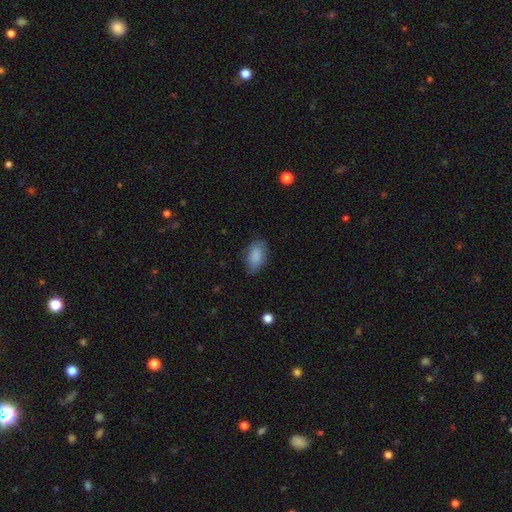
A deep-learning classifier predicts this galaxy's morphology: Q: Smooth or featured?
A: smooth (87%); runner-up: star or artifact (7%)
Q: How rounded?
A: in between (92%); runner-up: round (5%)
Q: Merging?
A: none (78%); runner-up: minor disturbance (17%)